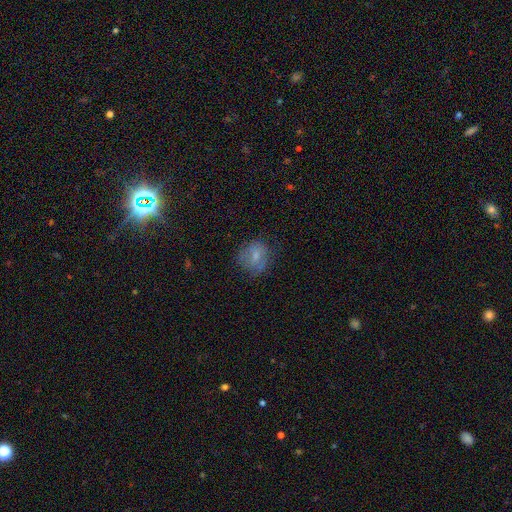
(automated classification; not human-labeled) Smooth or featured? Predicted: smooth (p=0.64). How rounded? Predicted: round (p=0.69). Merging? Predicted: none (p=0.65).